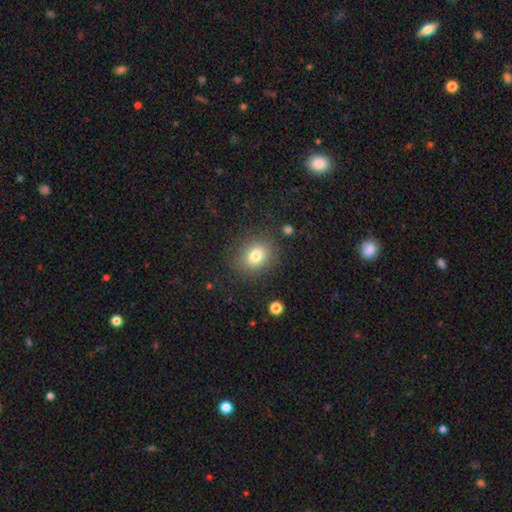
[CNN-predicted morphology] smooth 80%, star or artifact 11%, featured or disk 9%. Down the decision tree: how rounded — round (61%); merging — none (83%).